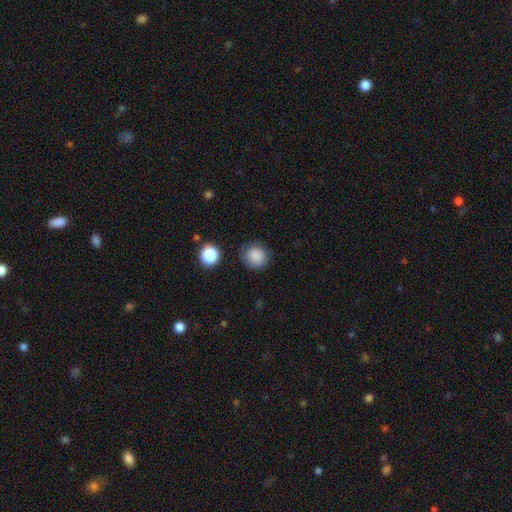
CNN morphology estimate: smooth_or_featured: smooth (p=0.85) [alt: star or artifact p=0.11]
how_rounded: round (p=0.89) [alt: in between p=0.10]
merging: none (p=0.83) [alt: minor disturbance p=0.11]